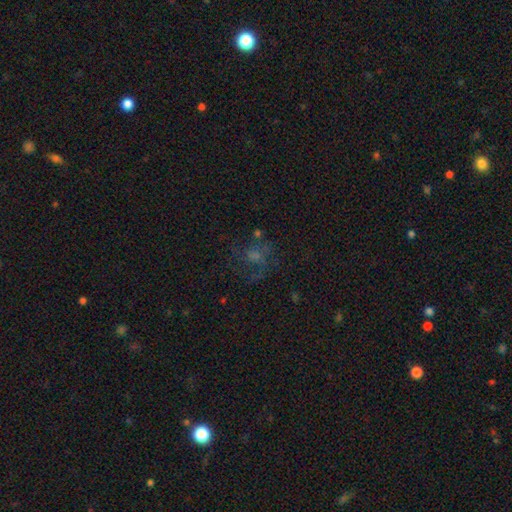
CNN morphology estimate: Smooth or featured?
  - featured or disk: 45% *
  - smooth: 32%
  - star or artifact: 23%
Merging?
  - none: 51% *
  - major disturbance: 28%
  - minor disturbance: 17%
  - merger: 4%